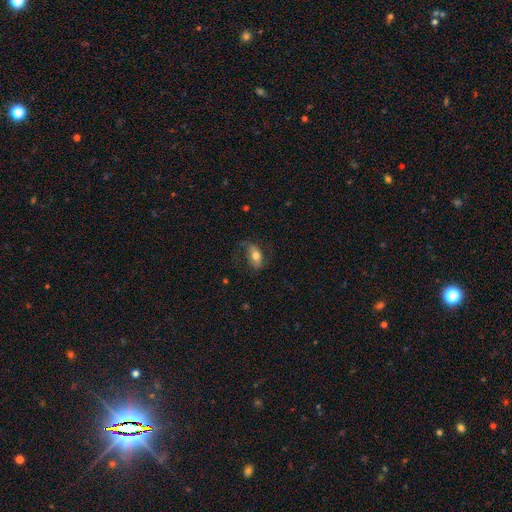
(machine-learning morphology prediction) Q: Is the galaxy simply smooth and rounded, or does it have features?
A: smooth — 55%.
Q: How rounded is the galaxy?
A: in between — 87%.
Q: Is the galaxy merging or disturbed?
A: none — 63%.